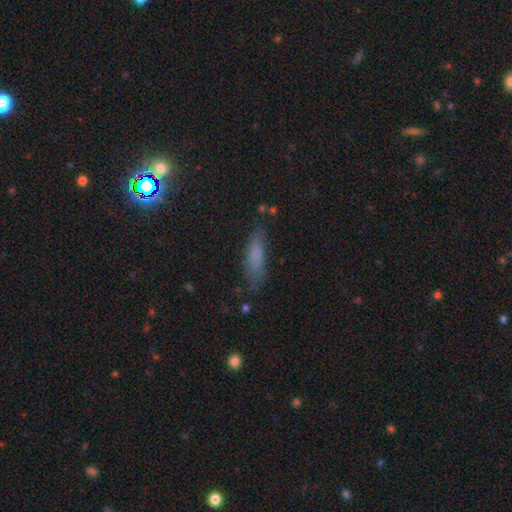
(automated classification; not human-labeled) smooth_or_featured: smooth (p=0.73) [alt: featured or disk p=0.15]
how_rounded: cigar-shaped (p=0.57) [alt: in between p=0.40]
merging: none (p=0.71) [alt: minor disturbance p=0.20]